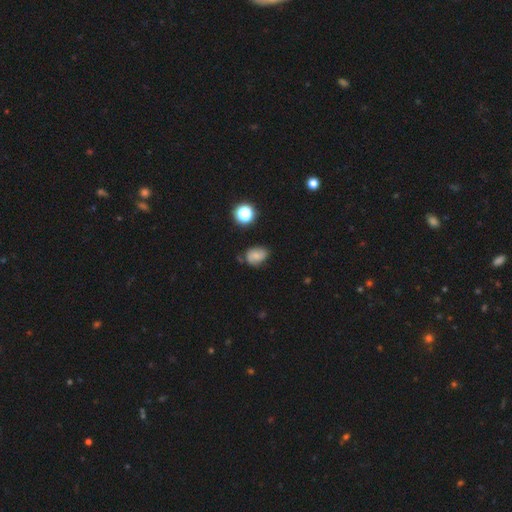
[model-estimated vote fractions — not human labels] smooth_or_featured: smooth (p=0.55) [alt: featured or disk p=0.31]
how_rounded: in between (p=0.66) [alt: round p=0.33]
merging: none (p=0.60) [alt: minor disturbance p=0.28]